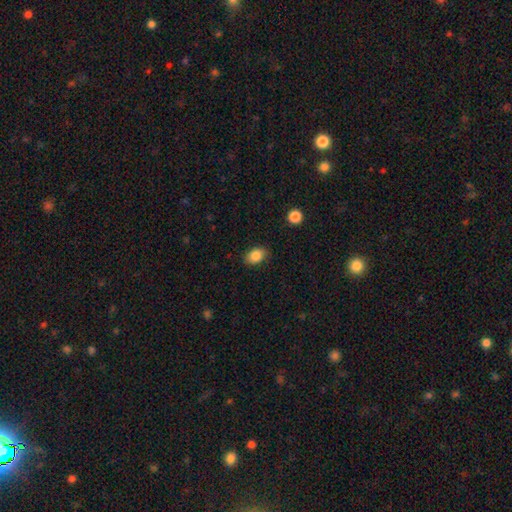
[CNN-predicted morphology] Smooth or featured?
  - smooth: 85% *
  - star or artifact: 9%
  - featured or disk: 6%
How rounded?
  - in between: 79% *
  - round: 20%
  - cigar-shaped: 1%
Merging?
  - none: 83% *
  - minor disturbance: 13%
  - major disturbance: 3%
  - merger: 1%